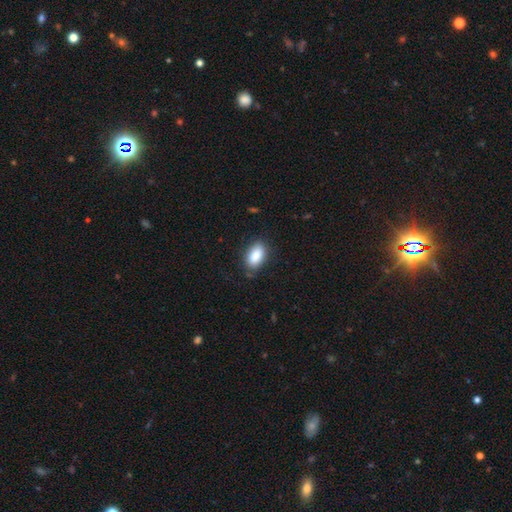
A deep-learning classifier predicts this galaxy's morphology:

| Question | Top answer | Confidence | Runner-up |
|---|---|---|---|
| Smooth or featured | smooth | 87% | star or artifact (7%) |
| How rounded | in between | 92% | round (5%) |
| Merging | none | 80% | minor disturbance (15%) |